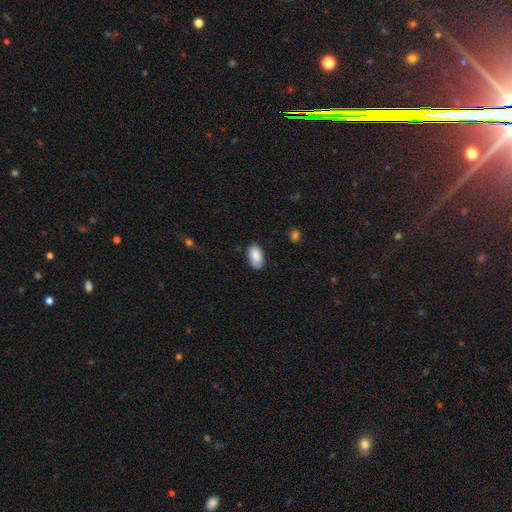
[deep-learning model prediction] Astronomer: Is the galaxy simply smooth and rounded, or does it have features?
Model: smooth — 88%.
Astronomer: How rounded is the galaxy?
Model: in between — 95%.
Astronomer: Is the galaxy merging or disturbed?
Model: none — 81%.